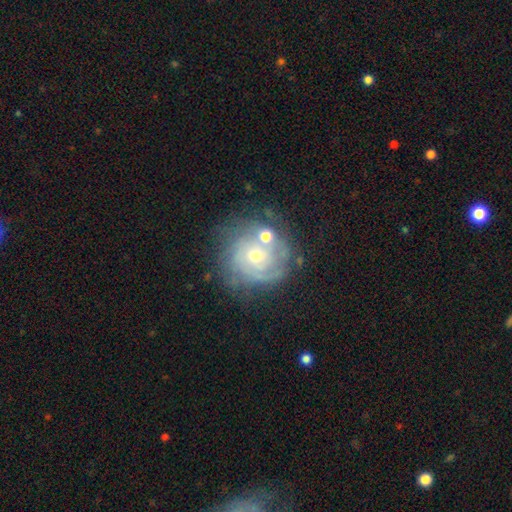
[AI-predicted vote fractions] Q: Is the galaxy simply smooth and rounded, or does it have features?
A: featured or disk — 71%.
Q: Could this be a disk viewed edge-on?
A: no — 97%.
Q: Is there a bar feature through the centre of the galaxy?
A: no — 80%.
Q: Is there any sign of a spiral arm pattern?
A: yes — 84%.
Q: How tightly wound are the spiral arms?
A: tight — 70%.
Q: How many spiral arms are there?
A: can't tell — 43%.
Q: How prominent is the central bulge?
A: small — 53%.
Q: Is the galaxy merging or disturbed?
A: none — 62%.